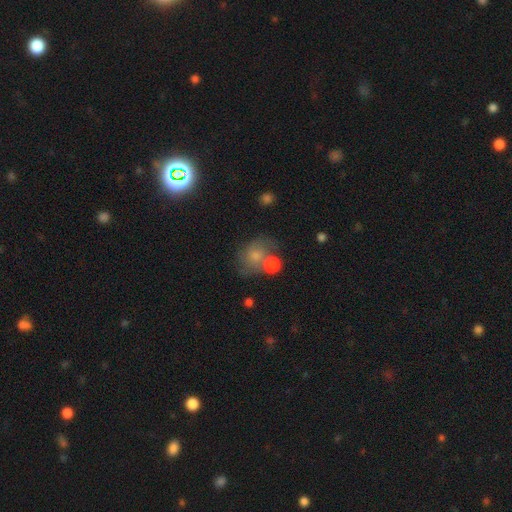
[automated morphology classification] smooth-or-featured: smooth: 63% | featured or disk: 26% | star or artifact: 11%
  how-rounded: round: 58% | in between: 41% | cigar-shaped: 1%
  merging: none: 42% | merger: 26% | minor disturbance: 20% | major disturbance: 13%